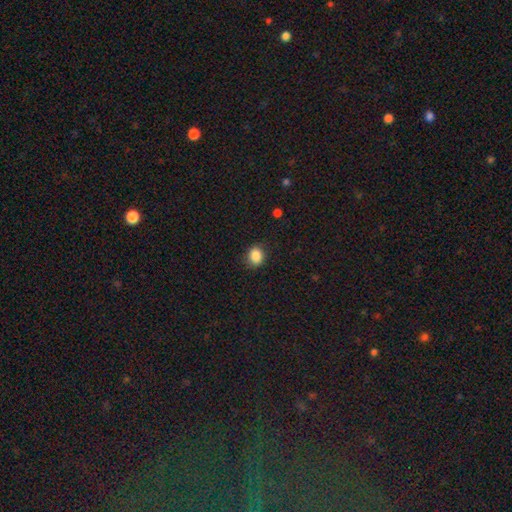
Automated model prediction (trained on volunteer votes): Smooth or featured: smooth — 87% (star or artifact — 10%)
How rounded: round — 60% (in between — 39%)
Merging: none — 86% (minor disturbance — 11%)